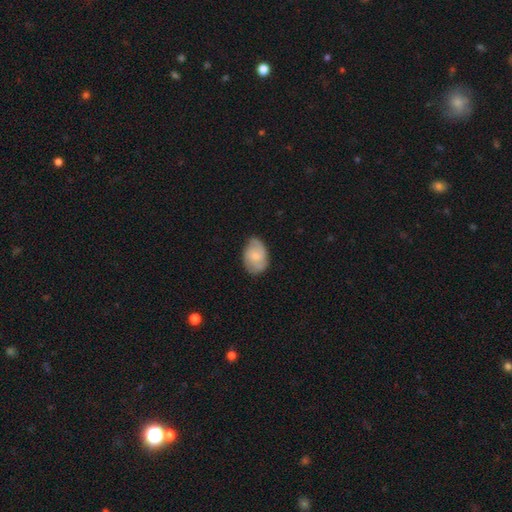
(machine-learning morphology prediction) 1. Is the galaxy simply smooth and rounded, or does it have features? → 48% smooth, 45% featured or disk, 6% star or artifact.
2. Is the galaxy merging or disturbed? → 65% none, 28% minor disturbance, 6% major disturbance, 1% merger.